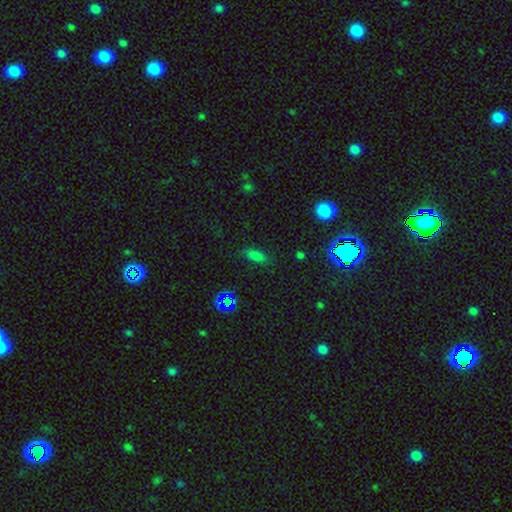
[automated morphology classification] smooth_or_featured: smooth (p=0.73) [alt: star or artifact p=0.20]
how_rounded: in between (p=0.78) [alt: cigar-shaped p=0.17]
merging: none (p=0.81) [alt: minor disturbance p=0.13]